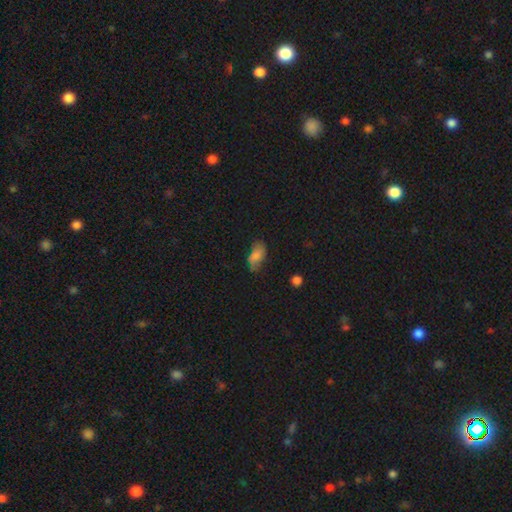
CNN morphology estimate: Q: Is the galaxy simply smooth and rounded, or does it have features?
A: smooth — 73%.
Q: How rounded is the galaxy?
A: in between — 89%.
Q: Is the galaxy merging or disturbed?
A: none — 58%.